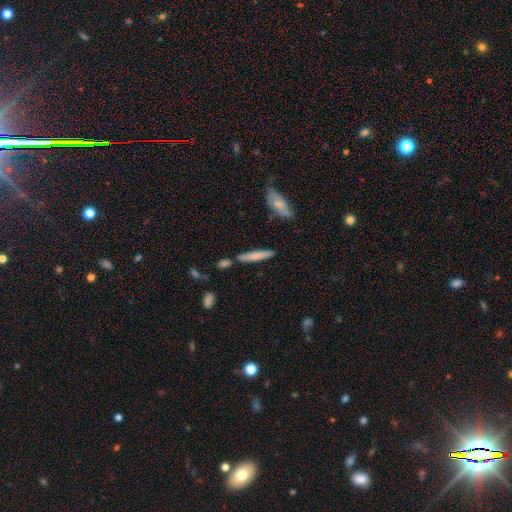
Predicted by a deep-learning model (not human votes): Smooth or featured?
  - smooth: 71% *
  - featured or disk: 23%
  - star or artifact: 6%
How rounded?
  - cigar-shaped: 90% *
  - in between: 9%
  - round: 2%
Merging?
  - none: 79% *
  - minor disturbance: 12%
  - merger: 7%
  - major disturbance: 2%